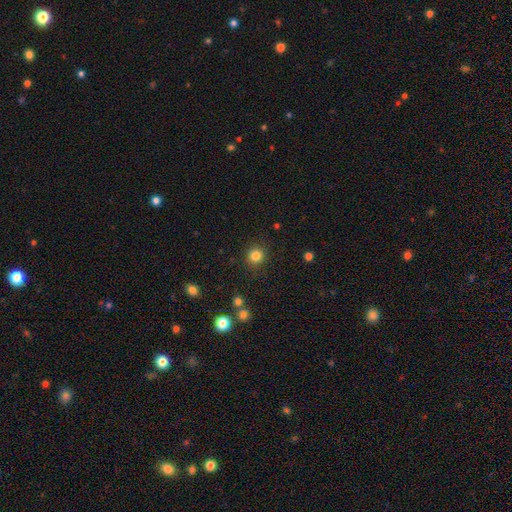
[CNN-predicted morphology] Smooth or featured: smooth — 83% (star or artifact — 13%)
How rounded: round — 91% (in between — 8%)
Merging: none — 89% (minor disturbance — 6%)